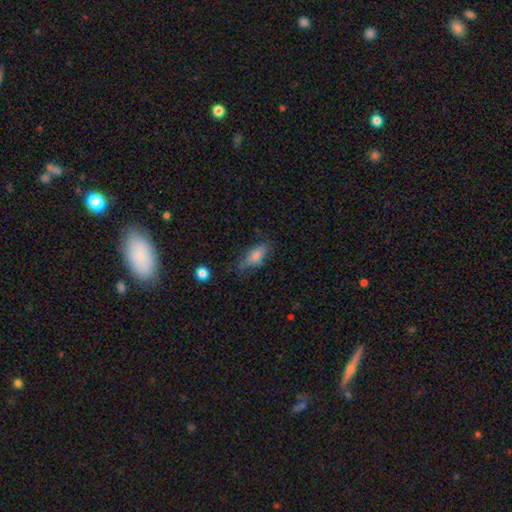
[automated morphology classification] A smooth galaxy with no disk features (73%) that is in between round and cigar-shaped (73%).

Vote fractions:
- Smooth or featured? smooth: 73% / featured or disk: 18% / star or artifact: 10%
- How rounded? in between: 73% / cigar-shaped: 23% / round: 4%
- Merging? none: 61% / minor disturbance: 27% / major disturbance: 9% / merger: 3%